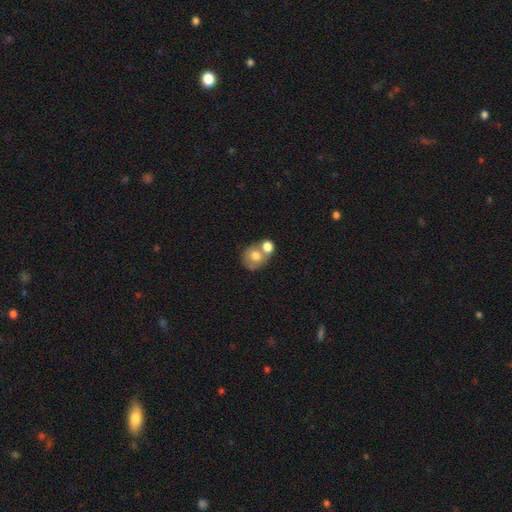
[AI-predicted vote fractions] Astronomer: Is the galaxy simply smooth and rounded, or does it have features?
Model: smooth — 71%.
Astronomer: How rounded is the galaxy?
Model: round — 71%.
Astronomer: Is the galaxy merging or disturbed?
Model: merger — 54% (runner-up: none, 32%).